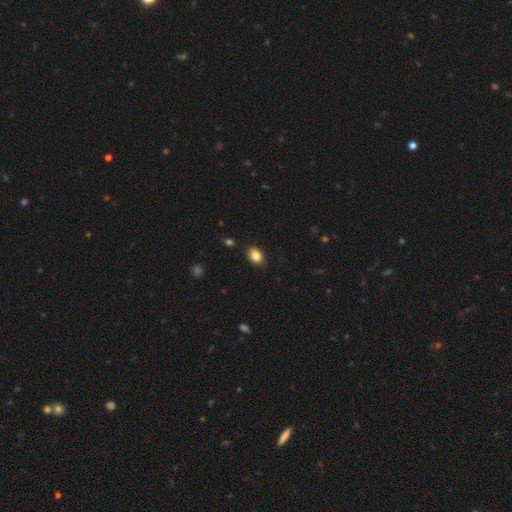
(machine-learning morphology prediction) Overall: smooth (86%). How rounded: in between (74%). Merging: none (88%).